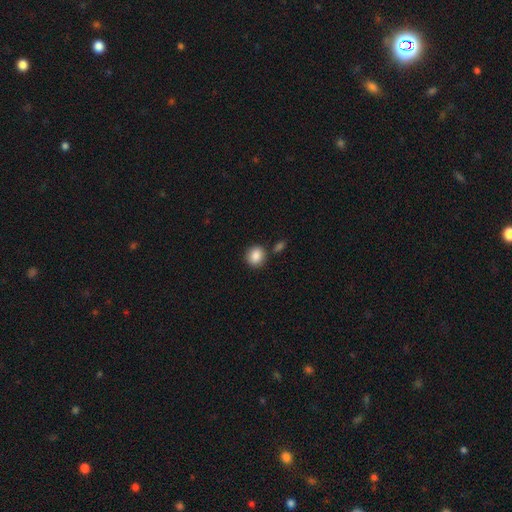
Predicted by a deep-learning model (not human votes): smooth-or-featured: smooth: 88% | star or artifact: 8% | featured or disk: 4%
  how-rounded: round: 82% | in between: 17% | cigar-shaped: 1%
  merging: none: 81% | minor disturbance: 9% | merger: 8% | major disturbance: 3%